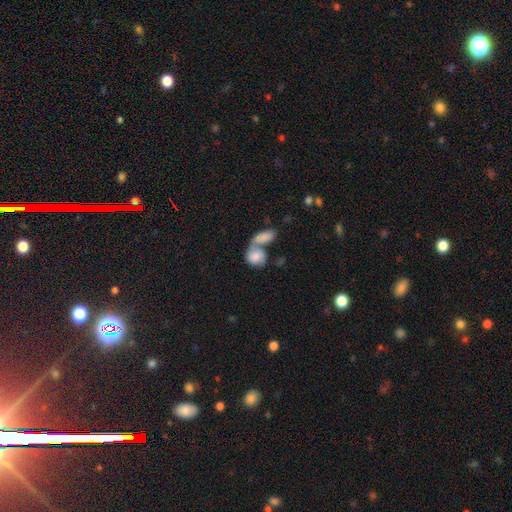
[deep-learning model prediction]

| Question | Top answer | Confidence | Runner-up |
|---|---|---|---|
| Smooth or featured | smooth | 73% | featured or disk (20%) |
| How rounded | in between | 58% | round (39%) |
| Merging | merger | 69% | none (17%) |